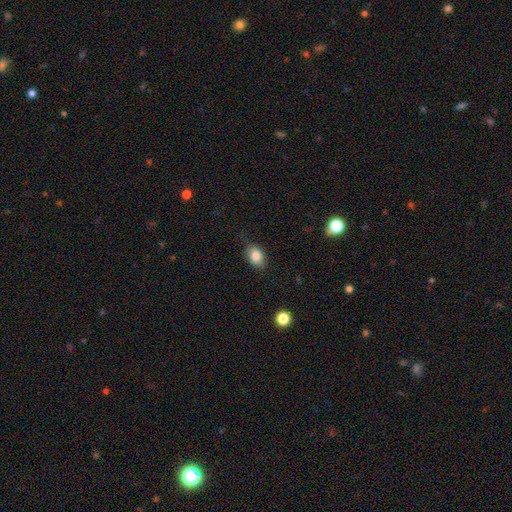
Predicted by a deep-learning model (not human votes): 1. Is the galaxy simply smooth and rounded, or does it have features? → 85% smooth, 8% star or artifact, 7% featured or disk.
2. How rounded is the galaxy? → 81% in between, 18% round, 2% cigar-shaped.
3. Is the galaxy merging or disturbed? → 75% none, 20% minor disturbance, 4% major disturbance, 1% merger.